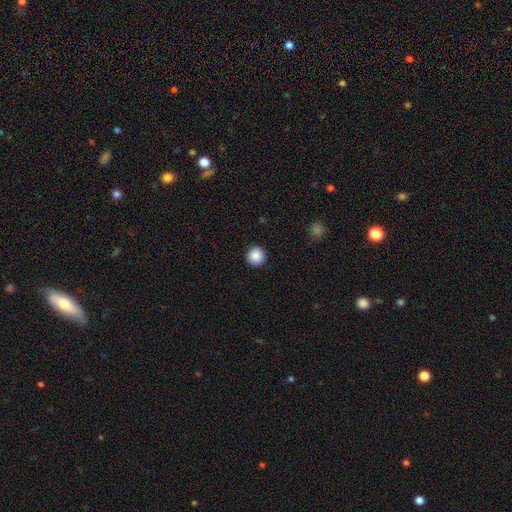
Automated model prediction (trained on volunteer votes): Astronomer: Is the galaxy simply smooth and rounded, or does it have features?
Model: smooth — 88%.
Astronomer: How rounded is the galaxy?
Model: round — 96%.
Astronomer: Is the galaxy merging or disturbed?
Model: none — 93%.